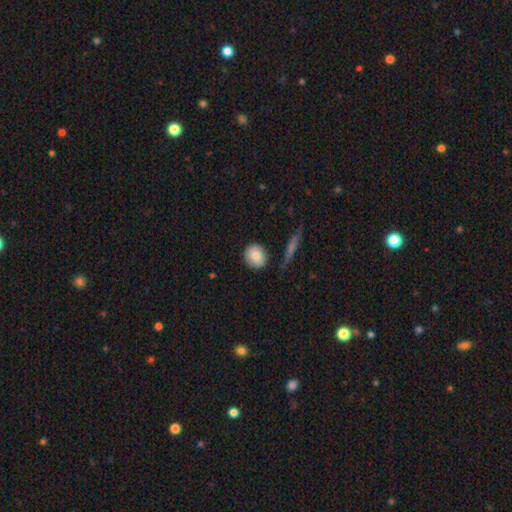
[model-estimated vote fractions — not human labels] smooth_or_featured: smooth (p=0.82) [alt: featured or disk p=0.11]
how_rounded: round (p=0.79) [alt: in between p=0.20]
merging: none (p=0.80) [alt: minor disturbance p=0.13]